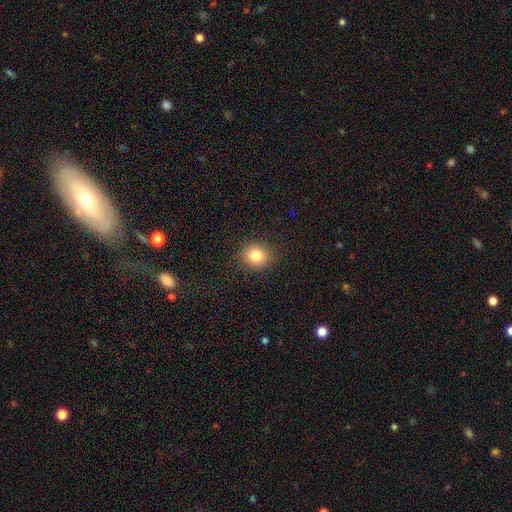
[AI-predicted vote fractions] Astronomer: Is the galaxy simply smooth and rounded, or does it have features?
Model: smooth — 83%.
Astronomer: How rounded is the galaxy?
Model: round — 78%.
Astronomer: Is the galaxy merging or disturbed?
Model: none — 89%.